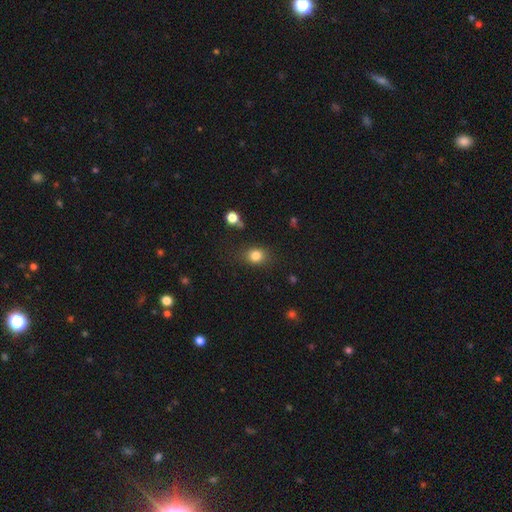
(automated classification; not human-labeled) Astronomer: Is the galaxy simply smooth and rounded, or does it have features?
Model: smooth — 82%.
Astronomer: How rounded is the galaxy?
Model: round — 59% (runner-up: in between, 40%).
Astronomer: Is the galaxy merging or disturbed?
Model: none — 80%.